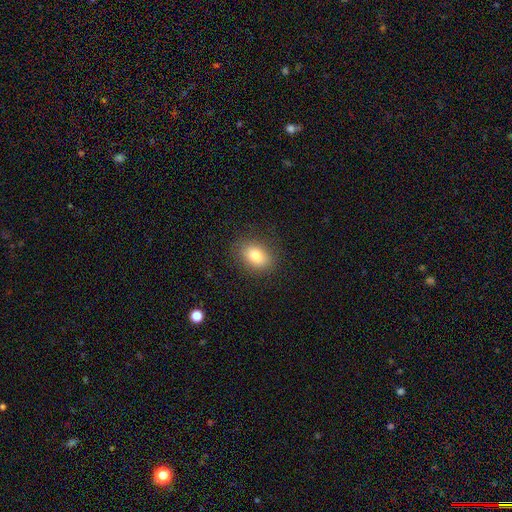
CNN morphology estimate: Smooth or featured?
  - smooth: 80% *
  - featured or disk: 10%
  - star or artifact: 10%
How rounded?
  - in between: 71% *
  - round: 28%
  - cigar-shaped: 1%
Merging?
  - none: 85% *
  - minor disturbance: 10%
  - major disturbance: 3%
  - merger: 1%